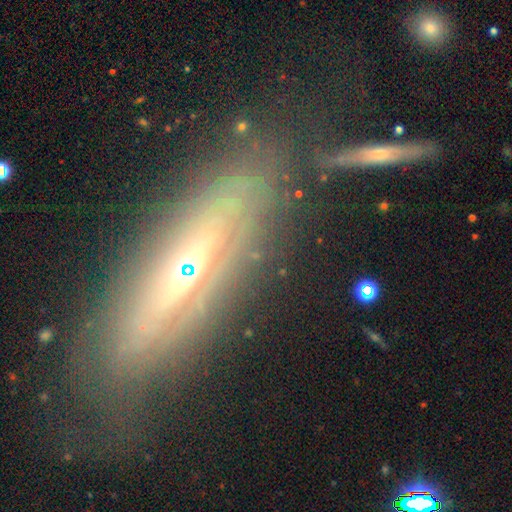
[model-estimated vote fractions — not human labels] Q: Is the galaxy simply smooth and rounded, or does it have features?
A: featured or disk — 43%.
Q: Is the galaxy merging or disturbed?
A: none — 83%.